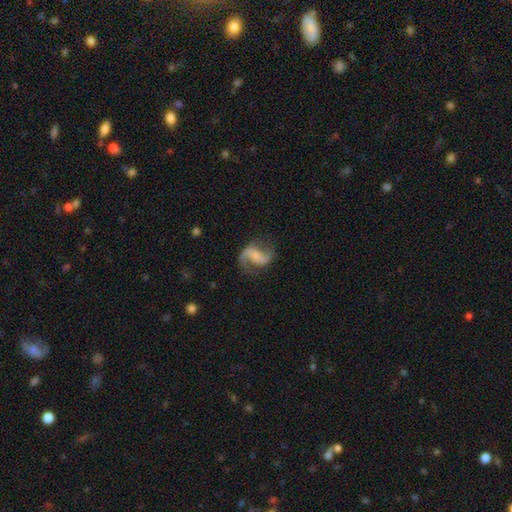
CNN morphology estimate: featured or disk 87%, smooth 8%, star or artifact 5%. Down the decision tree: edge-on disk — no (98%); bar — weak (41%); spiral arms — yes (96%); spiral arm count — 2 (91%); spiral winding — loose (61%); bulge size — small (45%); merging — none (73%).